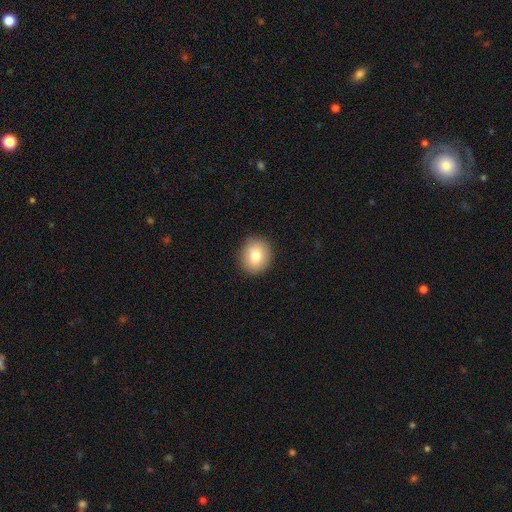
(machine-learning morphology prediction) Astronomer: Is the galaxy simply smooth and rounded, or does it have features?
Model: smooth — 80%.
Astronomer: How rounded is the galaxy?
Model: round — 79%.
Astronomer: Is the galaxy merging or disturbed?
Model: none — 90%.